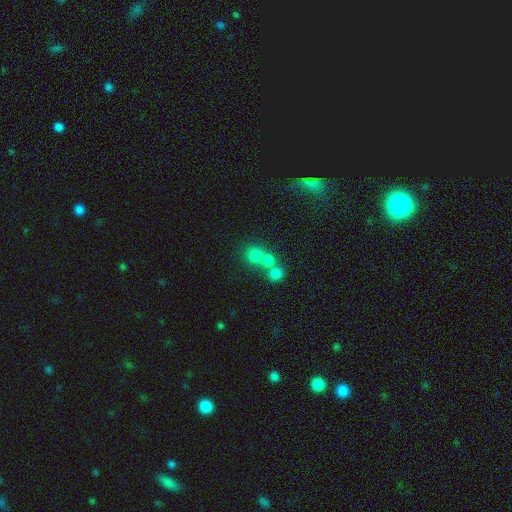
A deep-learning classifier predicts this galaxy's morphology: This is likely a smooth galaxy (74%). How rounded: clearly round (85%). Merging: possibly merger (46%).